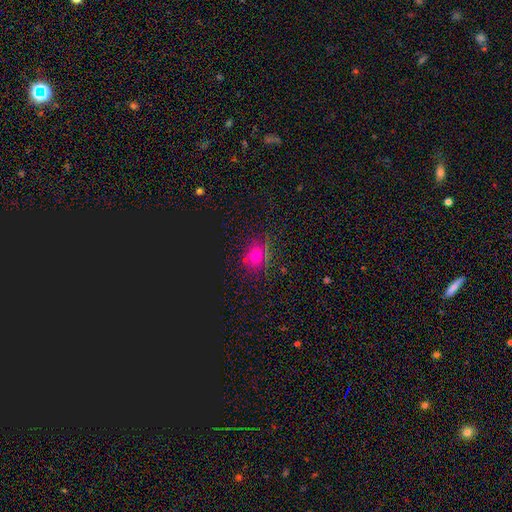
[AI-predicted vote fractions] The model was most divided on "smooth or featured": smooth: 63%, star or artifact: 28%, featured or disk: 10%. More confident: merging — none (81%); how rounded — round (71%).